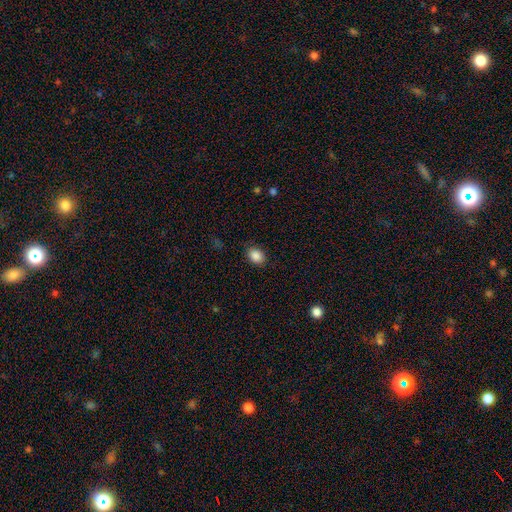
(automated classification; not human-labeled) Smooth or featured: smooth — 87% (star or artifact — 9%)
How rounded: in between — 63% (round — 36%)
Merging: none — 85% (minor disturbance — 11%)